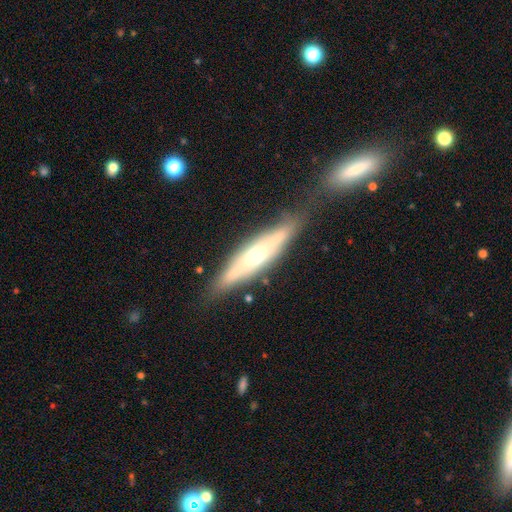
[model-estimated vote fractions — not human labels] Smooth or featured? featured or disk (54%)
Edge-on disk? yes (77%)
Merging? none (65%)